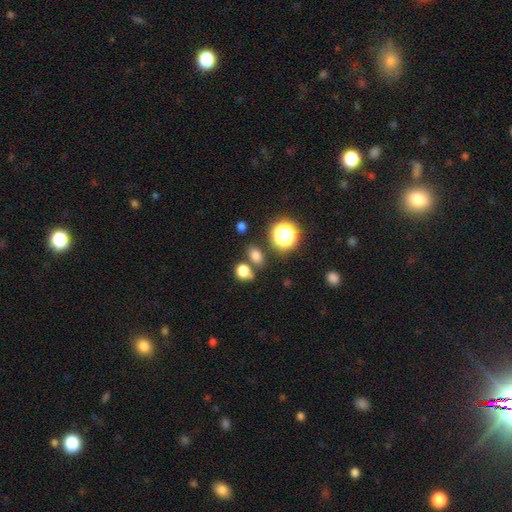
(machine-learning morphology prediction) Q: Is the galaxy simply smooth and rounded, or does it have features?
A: smooth — 74%.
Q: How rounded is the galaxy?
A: in between — 61%.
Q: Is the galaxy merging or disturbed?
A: none — 73%.